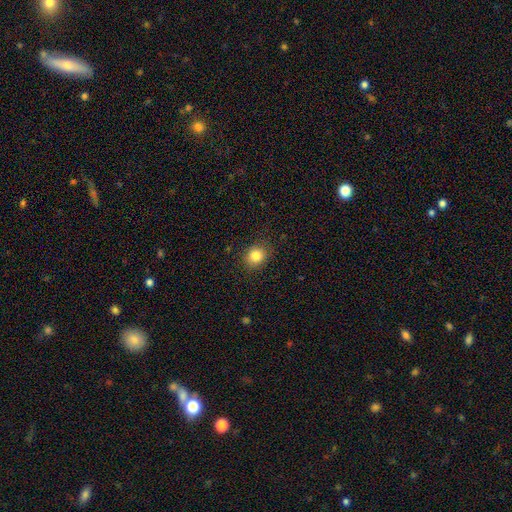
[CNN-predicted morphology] smooth_or_featured: smooth (p=0.83) [alt: star or artifact p=0.11]
how_rounded: round (p=0.71) [alt: in between p=0.28]
merging: none (p=0.86) [alt: minor disturbance p=0.10]